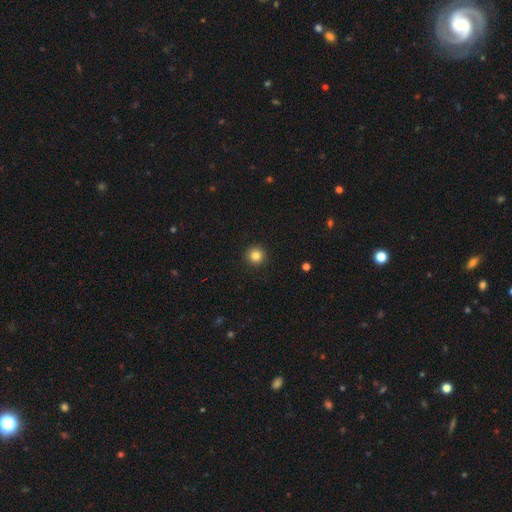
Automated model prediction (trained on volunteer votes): Q: Smooth or featured?
A: smooth (83%); runner-up: star or artifact (11%)
Q: How rounded?
A: round (96%); runner-up: in between (3%)
Q: Merging?
A: none (93%); runner-up: minor disturbance (4%)